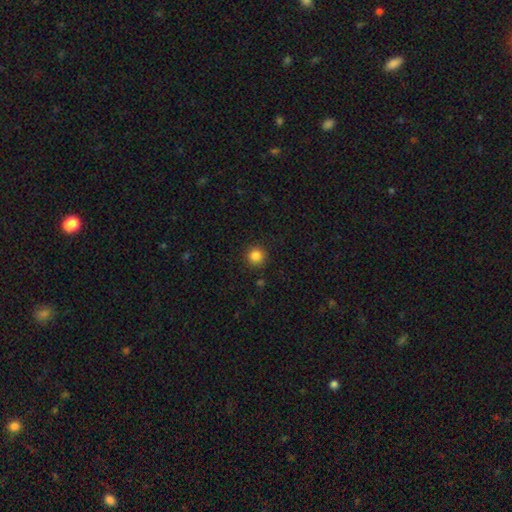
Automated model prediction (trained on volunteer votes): A smooth galaxy with no disk features (85%) that is round (95%).

Vote fractions:
- Smooth or featured? smooth: 85% / star or artifact: 12% / featured or disk: 4%
- How rounded? round: 95% / in between: 5% / cigar-shaped: 1%
- Merging? none: 91% / minor disturbance: 6% / major disturbance: 2% / merger: 1%